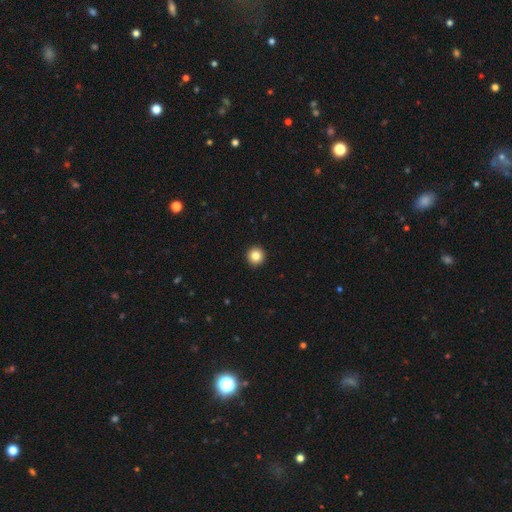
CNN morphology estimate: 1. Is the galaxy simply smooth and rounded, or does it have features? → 83% smooth, 10% star or artifact, 6% featured or disk.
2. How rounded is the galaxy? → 96% round, 3% in between, 1% cigar-shaped.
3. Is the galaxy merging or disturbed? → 94% none, 4% minor disturbance, 1% major disturbance, 1% merger.